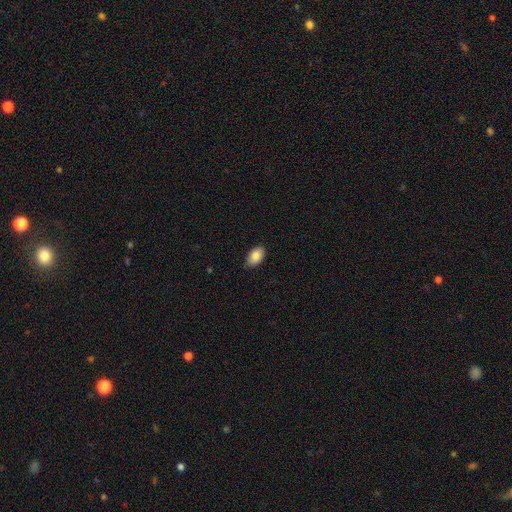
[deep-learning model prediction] smooth 84%, featured or disk 9%, star or artifact 7%. Down the decision tree: how rounded — in between (92%); merging — none (82%).